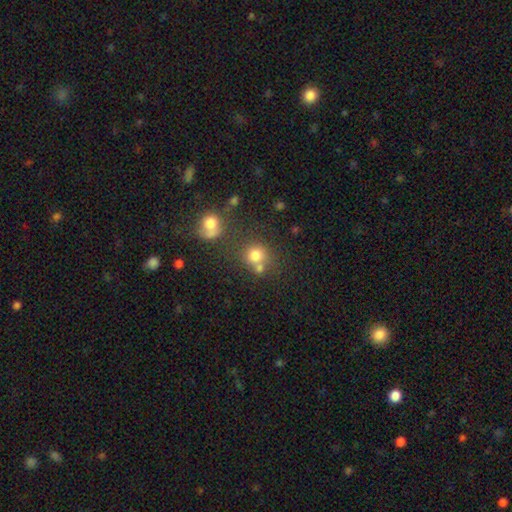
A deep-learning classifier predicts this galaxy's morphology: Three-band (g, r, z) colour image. It shows a smooth galaxy with no disk features (76%) that is round (86%). Merging: none (56%).